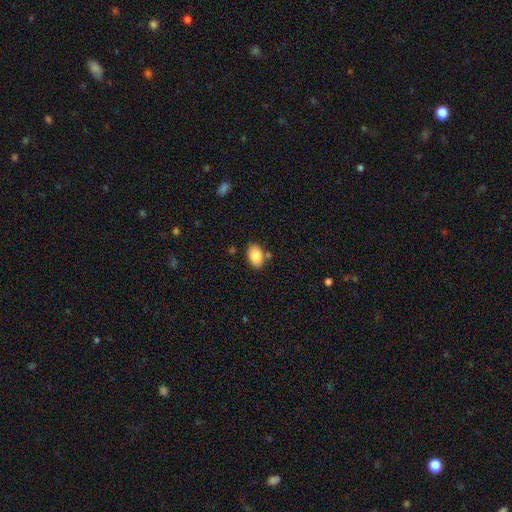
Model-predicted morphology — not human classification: smooth_or_featured: smooth (p=0.84) [alt: featured or disk p=0.09]
how_rounded: in between (p=0.86) [alt: round p=0.13]
merging: none (p=0.77) [alt: minor disturbance p=0.13]